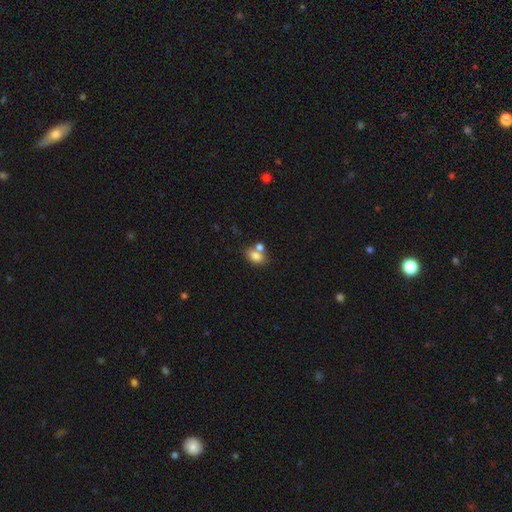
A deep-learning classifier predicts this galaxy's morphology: A smooth galaxy with no disk features (79%) that is in between round and cigar-shaped (84%). Merging: none (46%).